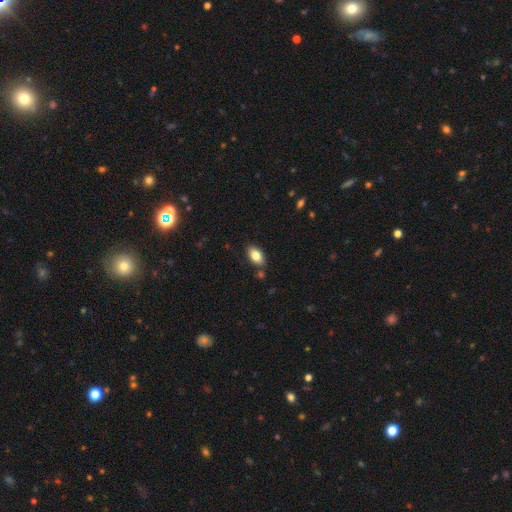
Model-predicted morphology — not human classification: Smooth or featured? Predicted: smooth (p=0.82). How rounded? Predicted: in between (p=0.92). Merging? Predicted: none (p=0.82).